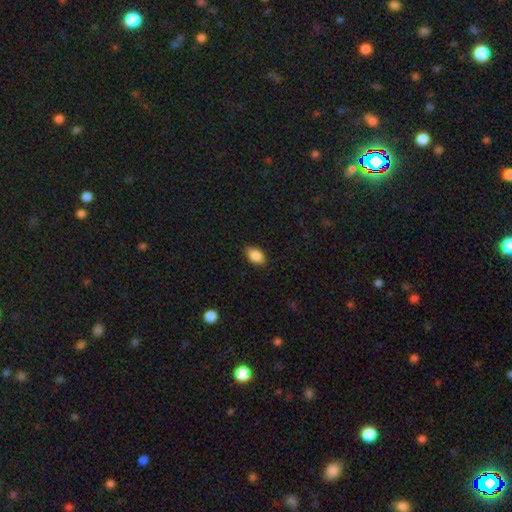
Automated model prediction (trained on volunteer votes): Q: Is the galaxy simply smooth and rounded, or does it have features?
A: smooth — 87%.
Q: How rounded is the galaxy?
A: in between — 90%.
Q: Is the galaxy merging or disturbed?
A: none — 86%.